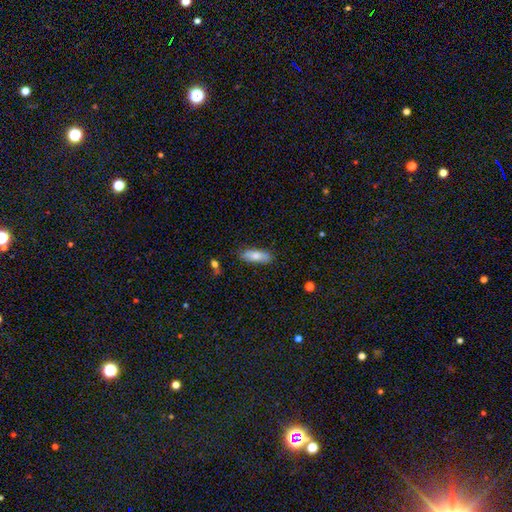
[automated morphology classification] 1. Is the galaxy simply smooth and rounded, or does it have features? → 78% smooth, 16% featured or disk, 6% star or artifact.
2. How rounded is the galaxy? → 64% in between, 34% cigar-shaped, 2% round.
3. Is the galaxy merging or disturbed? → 84% none, 12% minor disturbance, 2% major disturbance, 2% merger.